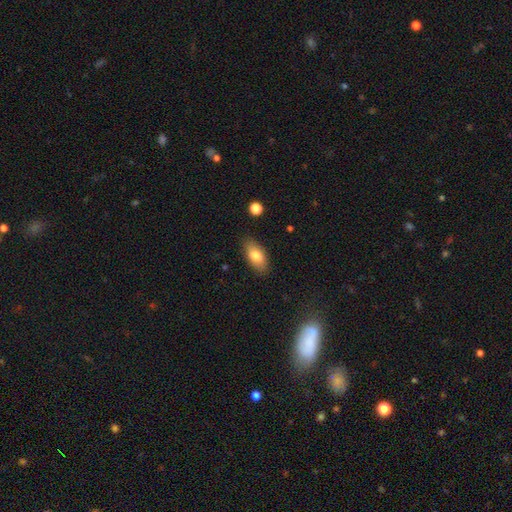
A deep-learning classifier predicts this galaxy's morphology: This is likely a smooth galaxy (79%). How rounded: clearly in between (88%). Merging: clearly none (84%).